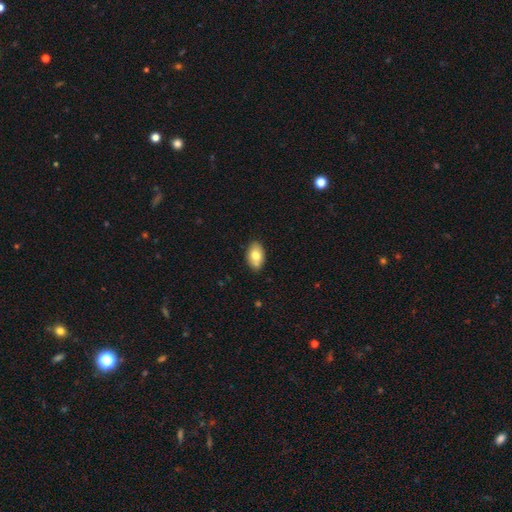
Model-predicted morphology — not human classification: This is likely a smooth galaxy (78%). How rounded: clearly in between (91%). Merging: clearly none (81%).